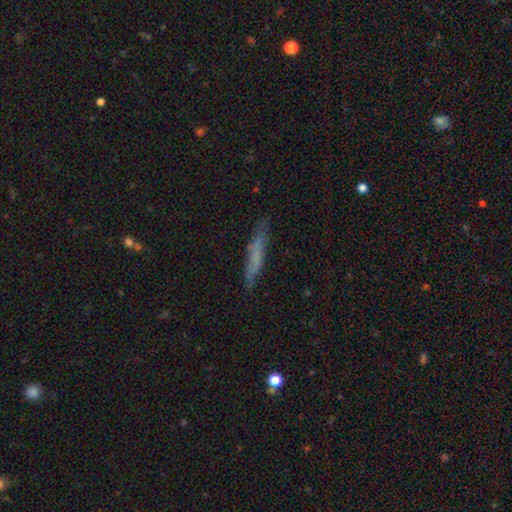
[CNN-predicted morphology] Smooth or featured?
  - smooth: 55% *
  - featured or disk: 36%
  - star or artifact: 9%
How rounded?
  - cigar-shaped: 91% *
  - in between: 7%
  - round: 2%
Merging?
  - none: 78% *
  - minor disturbance: 16%
  - major disturbance: 4%
  - merger: 2%